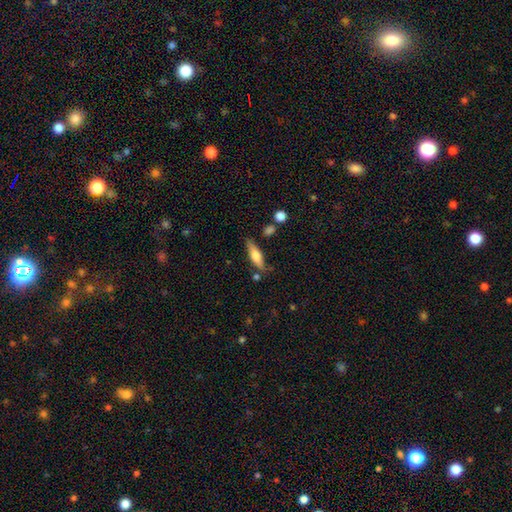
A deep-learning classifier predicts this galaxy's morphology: smooth-or-featured: smooth: 58% | featured or disk: 36% | star or artifact: 6%
  how-rounded: cigar-shaped: 57% | in between: 41% | round: 2%
  merging: none: 74% | minor disturbance: 16% | merger: 6% | major disturbance: 4%